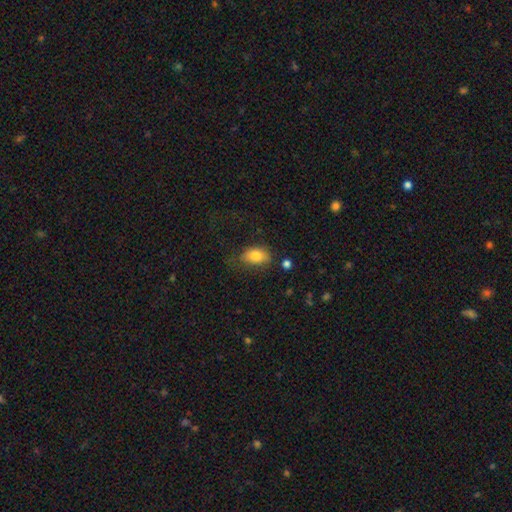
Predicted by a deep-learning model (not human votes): Q: Smooth or featured?
A: smooth (81%); runner-up: featured or disk (10%)
Q: How rounded?
A: in between (87%); runner-up: round (11%)
Q: Merging?
A: none (63%); runner-up: minor disturbance (25%)